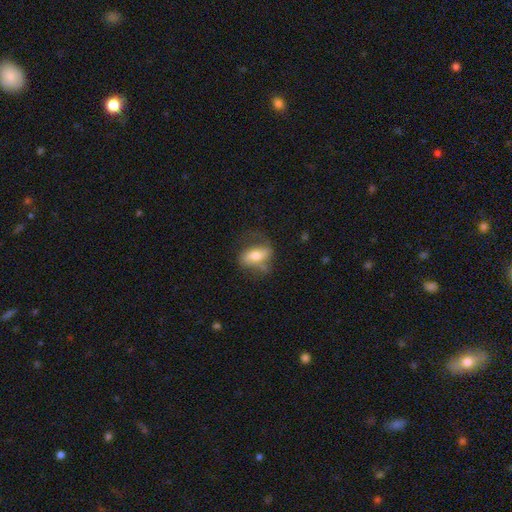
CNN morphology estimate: Smooth or featured? smooth (50%)
How rounded? in between (82%)
Merging? none (48%)